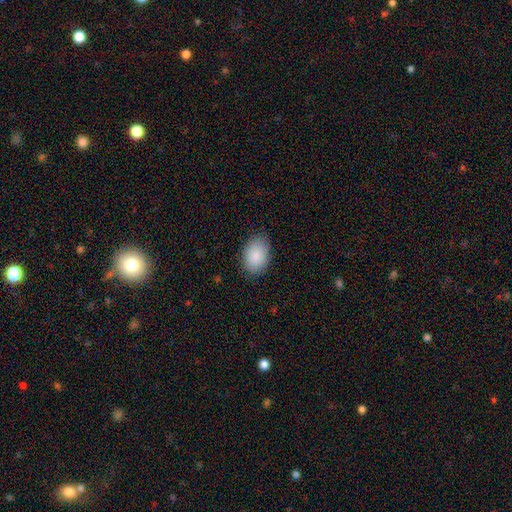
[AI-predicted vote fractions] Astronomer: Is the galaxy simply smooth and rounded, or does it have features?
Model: smooth — 88%.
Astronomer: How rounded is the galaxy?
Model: in between — 85%.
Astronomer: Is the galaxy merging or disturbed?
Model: none — 83%.